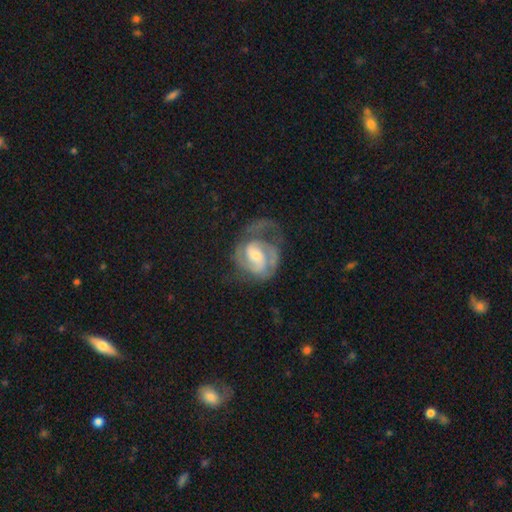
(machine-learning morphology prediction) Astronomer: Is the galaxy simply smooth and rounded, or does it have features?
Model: featured or disk — 83%.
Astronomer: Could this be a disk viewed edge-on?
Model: no — 98%.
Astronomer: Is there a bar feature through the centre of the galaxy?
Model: weak — 47% (runner-up: no, 36%).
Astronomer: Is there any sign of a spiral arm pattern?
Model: yes — 94%.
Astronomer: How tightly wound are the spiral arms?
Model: medium — 43%, tied with tight at 43%.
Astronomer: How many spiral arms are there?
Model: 2 — 63%.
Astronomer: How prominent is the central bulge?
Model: moderate — 47% (runner-up: small, 42%).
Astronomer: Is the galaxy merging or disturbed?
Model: none — 46% (runner-up: major disturbance, 30%).